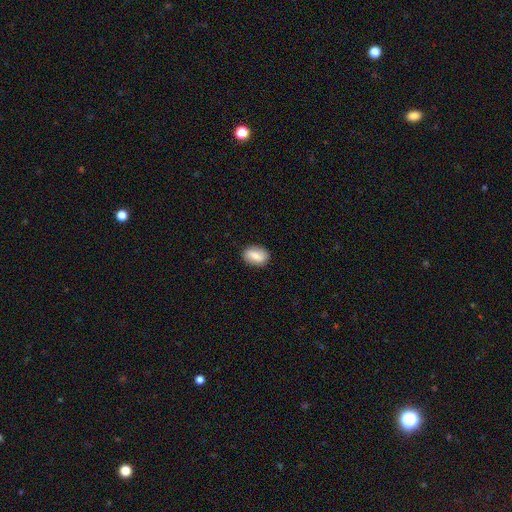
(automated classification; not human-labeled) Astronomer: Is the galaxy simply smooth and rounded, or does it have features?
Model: smooth — 73%.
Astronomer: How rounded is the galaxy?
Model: in between — 83%.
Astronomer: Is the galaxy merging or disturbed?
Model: none — 86%.